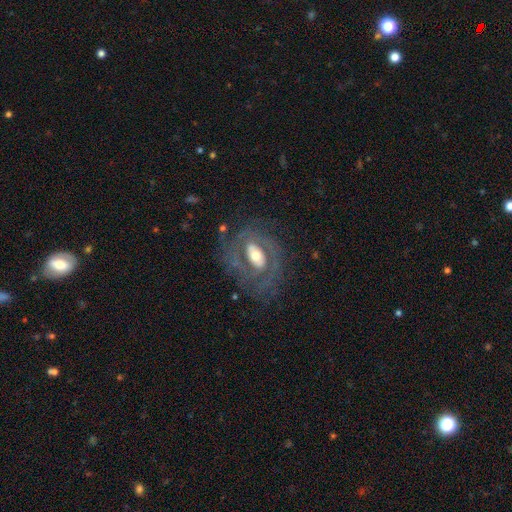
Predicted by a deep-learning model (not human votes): smooth-or-featured: featured or disk: 77% | smooth: 17% | star or artifact: 7%
  disk-edge-on: no: 94% | yes: 6%
    bar: no: 46% | weak: 31% | strong: 23%
    has-spiral-arms: yes: 72% | no: 28%
      spiral-winding: tight: 50% | medium: 36% | loose: 14%
      spiral-arm-count: 2: 47% | can't tell: 30% | 3: 9% | 1: 7% | 4: 4% | more than 4: 3%
    bulge-size: moderate: 60% | large: 19% | small: 17% | dominant: 2% | none: 1%
  merging: none: 65% | minor disturbance: 18% | major disturbance: 16% | merger: 2%